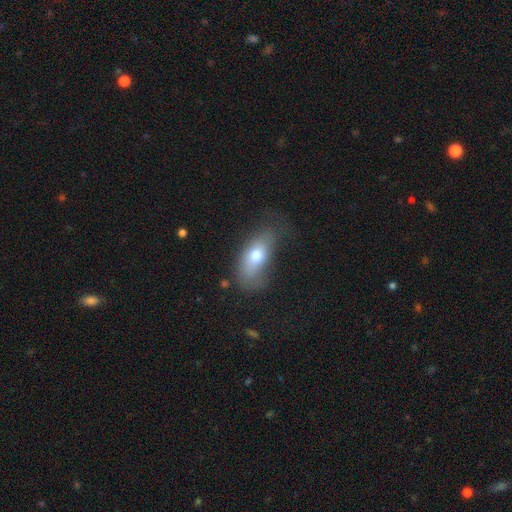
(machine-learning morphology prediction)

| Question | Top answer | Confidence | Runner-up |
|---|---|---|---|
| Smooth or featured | smooth | 70% | featured or disk (22%) |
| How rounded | in between | 85% | cigar-shaped (11%) |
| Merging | none | 48% | minor disturbance (31%) |